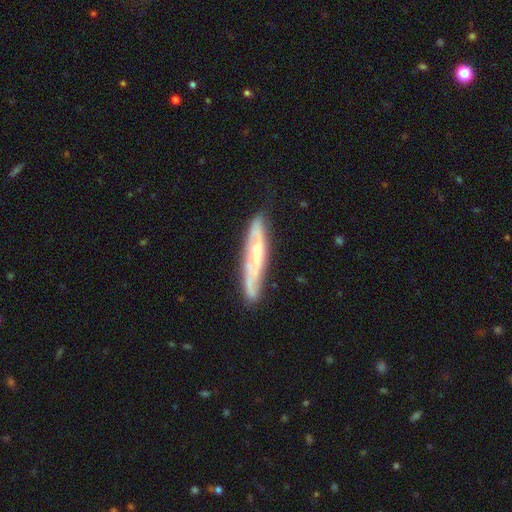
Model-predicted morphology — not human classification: A featured or disk galaxy (66%) viewed edge-on (54%).

Vote fractions:
- Smooth or featured? featured or disk: 66% / smooth: 27% / star or artifact: 6%
- Edge-on disk? yes: 54% / no: 46%
- Merging? none: 76% / minor disturbance: 18% / major disturbance: 4% / merger: 2%